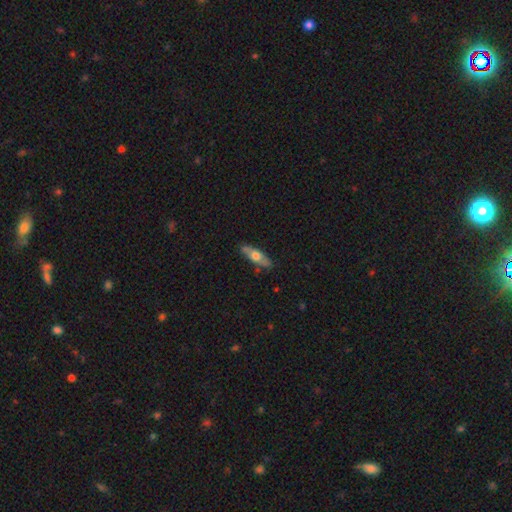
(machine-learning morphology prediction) This appears to be a smooth galaxy with no disk features (49%). Merging: none (84%).